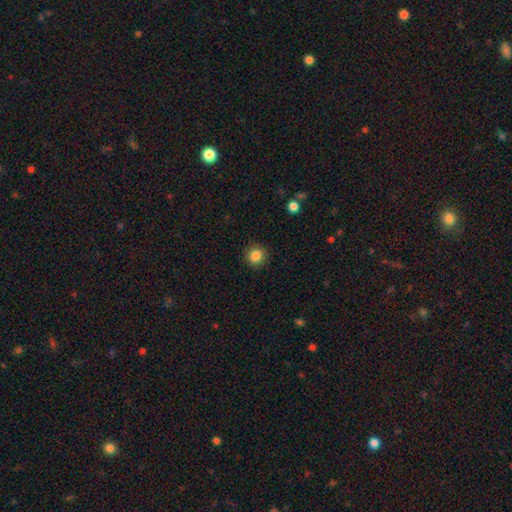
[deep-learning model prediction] A smooth galaxy with no disk features (85%) that is round (90%). Merging: none (90%).